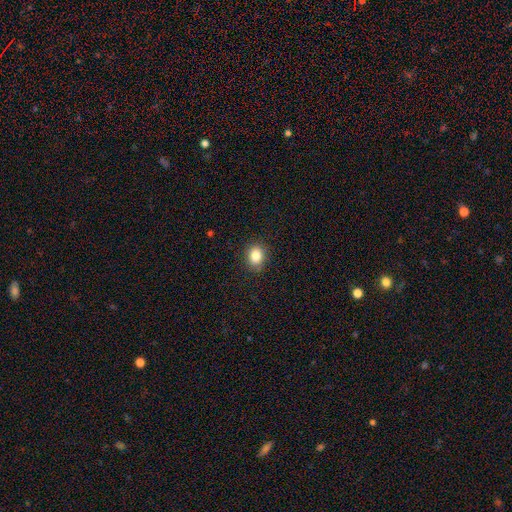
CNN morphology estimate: This is clearly a smooth galaxy (84%). How rounded: likely round (61%). Merging: clearly none (88%).